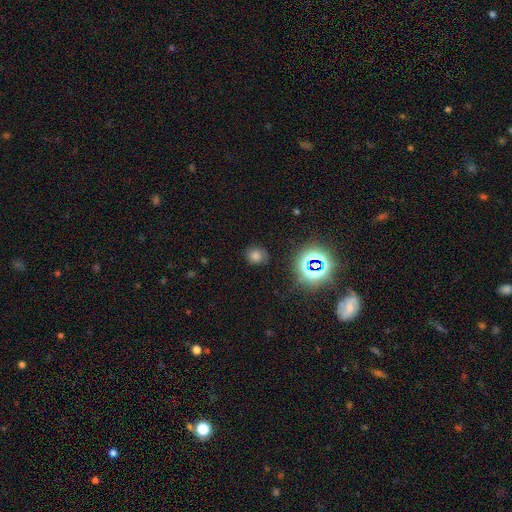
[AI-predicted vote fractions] Smooth or featured? smooth (63%)
How rounded? round (70%)
Merging? none (82%)